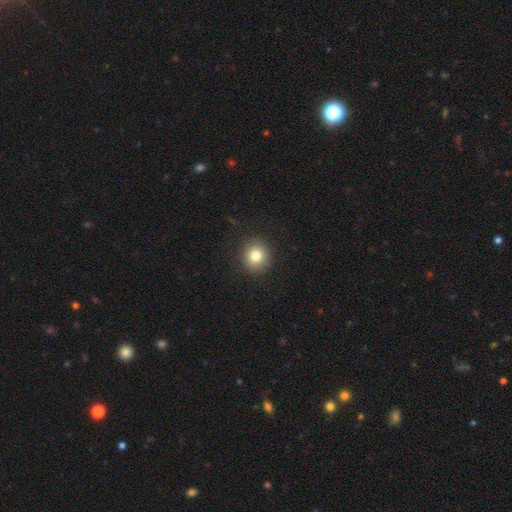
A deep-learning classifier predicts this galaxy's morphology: Smooth or featured? Predicted: smooth (p=0.81). How rounded? Predicted: round (p=0.87). Merging? Predicted: none (p=0.91).